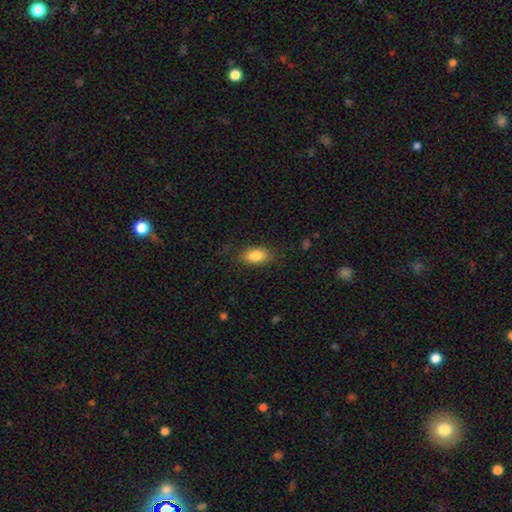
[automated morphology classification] This appears to be a smooth galaxy with no disk features (84%) that is in between round and cigar-shaped (89%). Merging: none (82%).